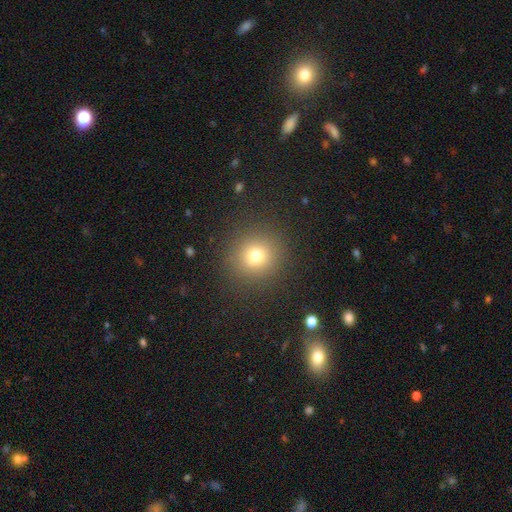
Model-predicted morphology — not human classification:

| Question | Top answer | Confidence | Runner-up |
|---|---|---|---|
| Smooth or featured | smooth | 74% | star or artifact (17%) |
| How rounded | round | 91% | in between (8%) |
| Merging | none | 89% | minor disturbance (6%) |